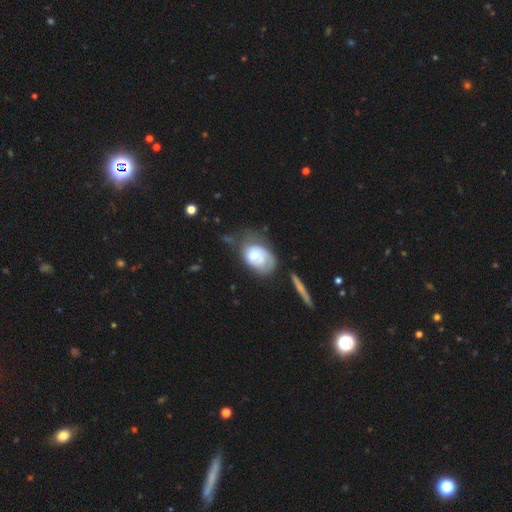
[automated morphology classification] smooth-or-featured: featured or disk: 55% | smooth: 38% | star or artifact: 6%
  disk-edge-on: no: 95% | yes: 5%
    bar: no: 60% | weak: 32% | strong: 7%
    has-spiral-arms: yes: 74% | no: 26%
    bulge-size: moderate: 52% | small: 22% | large: 18% | none: 5% | dominant: 2%
  merging: none: 38% | minor disturbance: 29% | major disturbance: 27% | merger: 6%